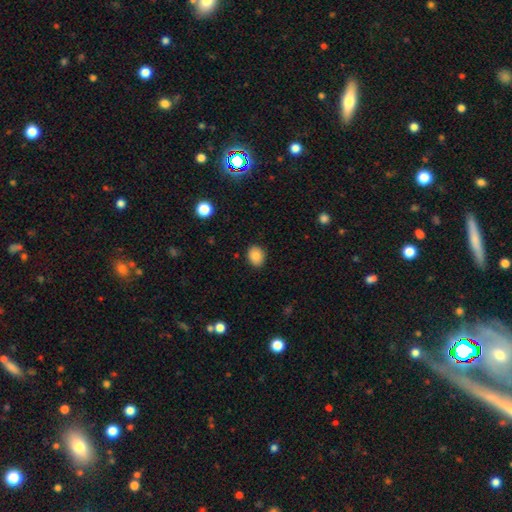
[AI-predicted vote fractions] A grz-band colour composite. It shows a smooth galaxy with no disk features (86%) that is round (55%). Merging: none (88%).